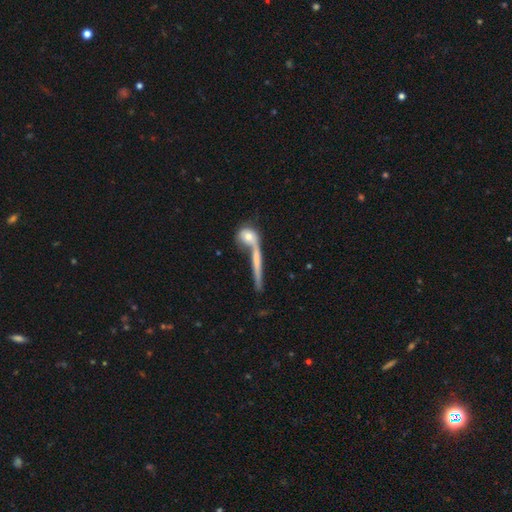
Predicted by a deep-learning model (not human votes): A featured or disk galaxy (46%). Merging: none (41%).